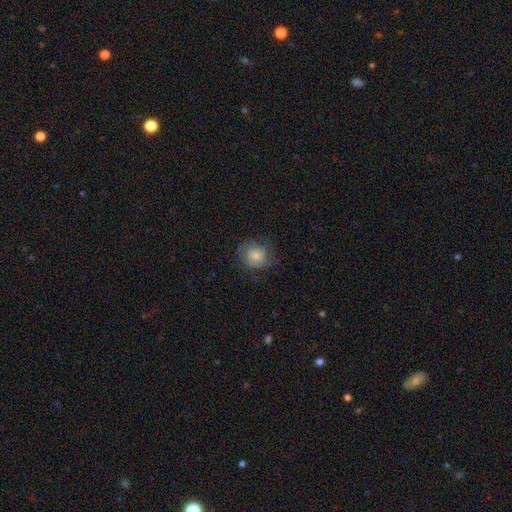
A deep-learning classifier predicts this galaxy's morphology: This is likely a smooth galaxy (71%). How rounded: likely round (73%). Merging: likely none (68%).